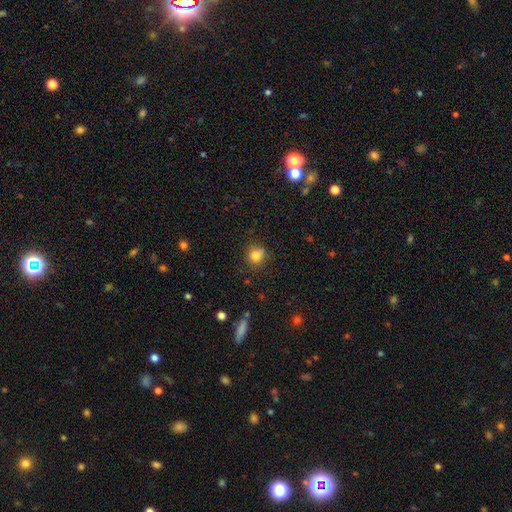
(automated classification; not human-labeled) Smooth or featured? Predicted: smooth (p=0.80). How rounded? Predicted: round (p=0.82). Merging? Predicted: none (p=0.69).